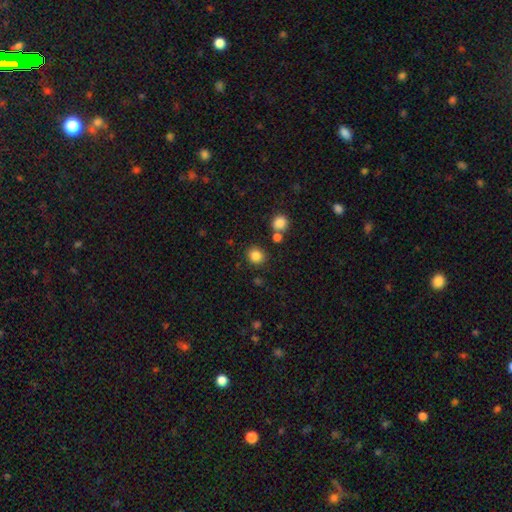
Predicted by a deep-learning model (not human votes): This is clearly a smooth galaxy (84%). How rounded: clearly round (87%). Merging: clearly none (85%).